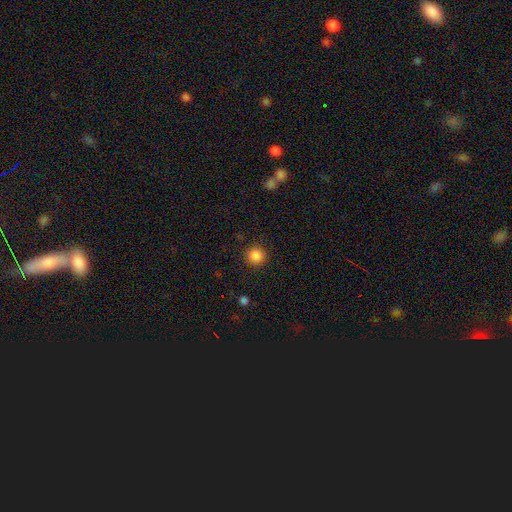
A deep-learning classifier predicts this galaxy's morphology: Smooth or featured?
  - smooth: 86% *
  - star or artifact: 11%
  - featured or disk: 3%
How rounded?
  - round: 95% *
  - in between: 4%
  - cigar-shaped: 1%
Merging?
  - none: 91% *
  - minor disturbance: 5%
  - major disturbance: 2%
  - merger: 1%